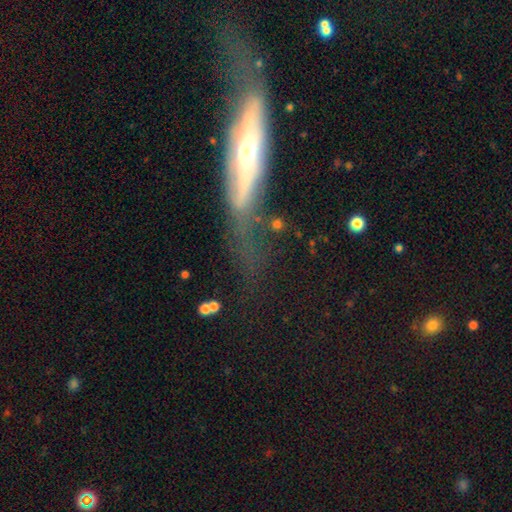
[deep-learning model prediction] A featured or disk galaxy (63%) viewed edge-on (54%). Merging: none (45%).